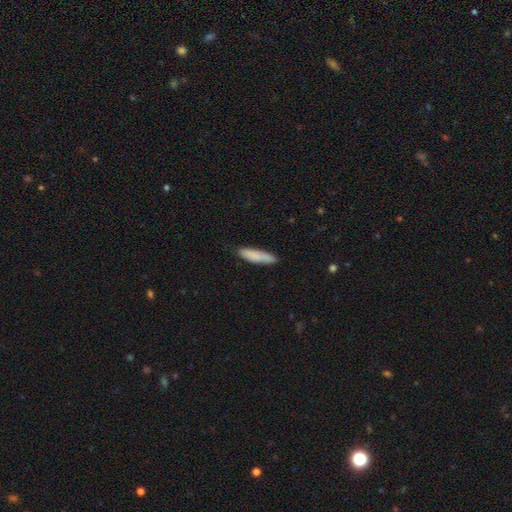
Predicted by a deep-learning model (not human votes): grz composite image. It shows a smooth galaxy with no disk features (84%) that is cigar-shaped (81%). Merging: none (84%).